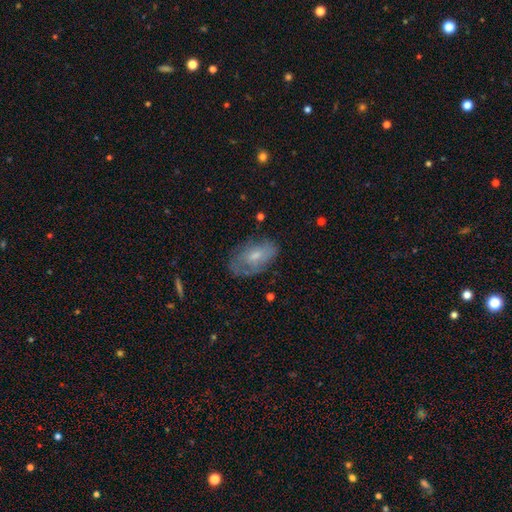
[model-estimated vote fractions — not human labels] A smooth galaxy with no disk features (53%) that is in between round and cigar-shaped (91%). Merging: none (61%).